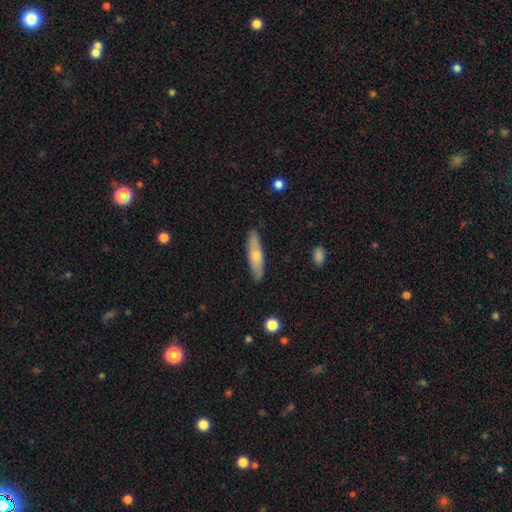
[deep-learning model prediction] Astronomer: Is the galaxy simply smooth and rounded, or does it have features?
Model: smooth — 60%.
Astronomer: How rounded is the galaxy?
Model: cigar-shaped — 79%.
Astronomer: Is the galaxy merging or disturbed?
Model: none — 88%.